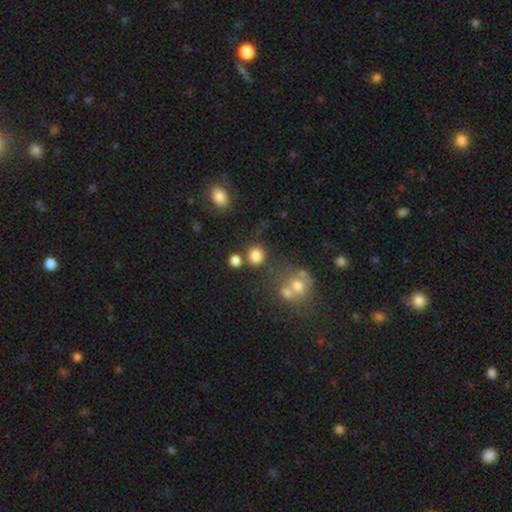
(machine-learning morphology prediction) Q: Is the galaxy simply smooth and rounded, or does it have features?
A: smooth — 80%.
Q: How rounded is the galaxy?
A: round — 87%.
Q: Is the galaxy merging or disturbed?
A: none — 71%.